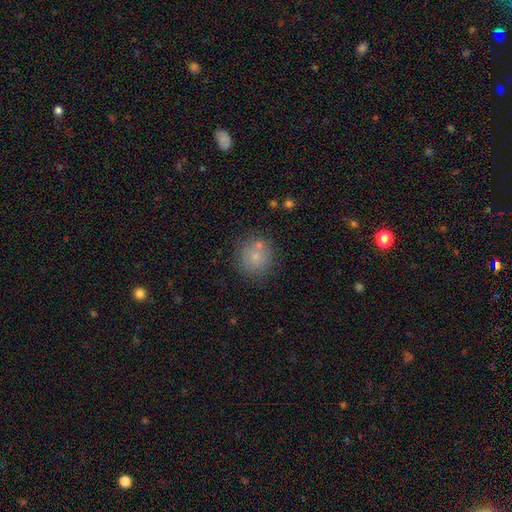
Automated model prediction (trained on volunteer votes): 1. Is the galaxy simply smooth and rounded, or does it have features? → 74% smooth, 14% featured or disk, 12% star or artifact.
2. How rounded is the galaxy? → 91% round, 8% in between, 1% cigar-shaped.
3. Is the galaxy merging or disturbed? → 73% none, 12% merger, 11% minor disturbance, 3% major disturbance.